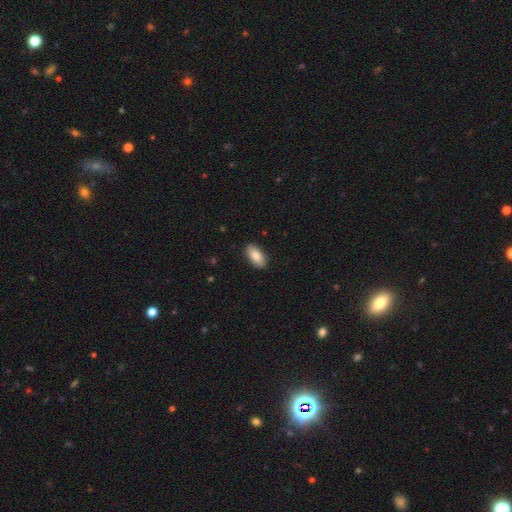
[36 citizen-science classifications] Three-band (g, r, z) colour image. It shows a smooth galaxy with no disk features (78%) that is in between round and cigar-shaped (89%). Merging: none (94%).